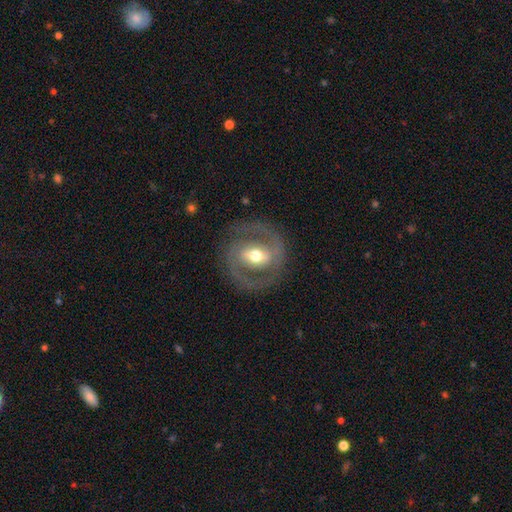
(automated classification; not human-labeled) The model was most divided on "bar": strong: 47%, weak: 37%, no: 16%. Remaining: edge-on disk — no (96%); spiral arm count — 2 (87%); smooth or featured — featured or disk (81%); merging — none (81%); spiral arms — yes (80%); bulge size — moderate (70%); spiral winding — medium (49%).